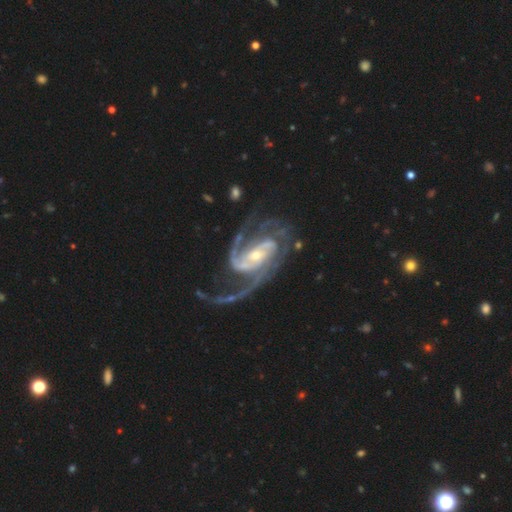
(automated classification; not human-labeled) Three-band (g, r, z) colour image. It shows a featured or disk galaxy (93%) with a weak bar (35%), 2 (51%) medium (49%) spiral arms (98%) and a small central bulge (63%). Merging: none (49%).